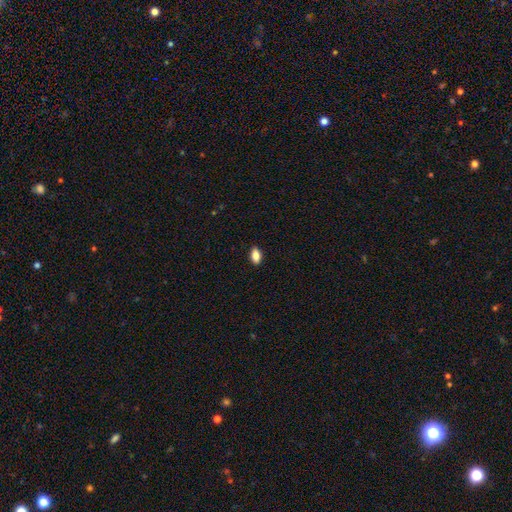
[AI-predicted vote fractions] Smooth or featured? Predicted: smooth (p=0.83). How rounded? Predicted: in between (p=0.89). Merging? Predicted: none (p=0.89).